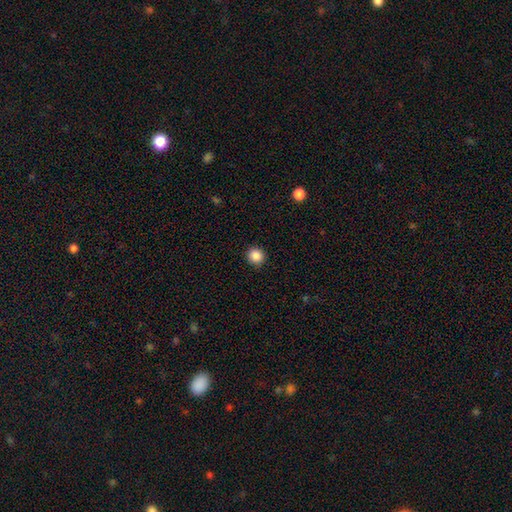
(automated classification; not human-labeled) smooth-or-featured: smooth: 87% | star or artifact: 10% | featured or disk: 3%
  how-rounded: round: 92% | in between: 7% | cigar-shaped: 1%
  merging: none: 92% | minor disturbance: 6% | major disturbance: 2% | merger: 1%